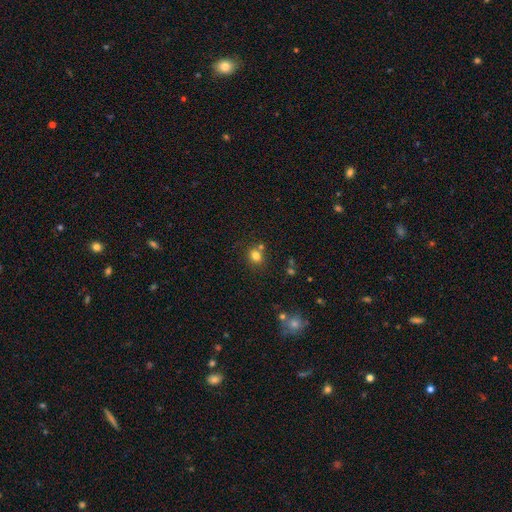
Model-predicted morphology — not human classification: Smooth or featured?
  - smooth: 79% *
  - star or artifact: 14%
  - featured or disk: 7%
How rounded?
  - round: 73% *
  - in between: 26%
  - cigar-shaped: 1%
Merging?
  - none: 69% *
  - merger: 17%
  - minor disturbance: 11%
  - major disturbance: 3%